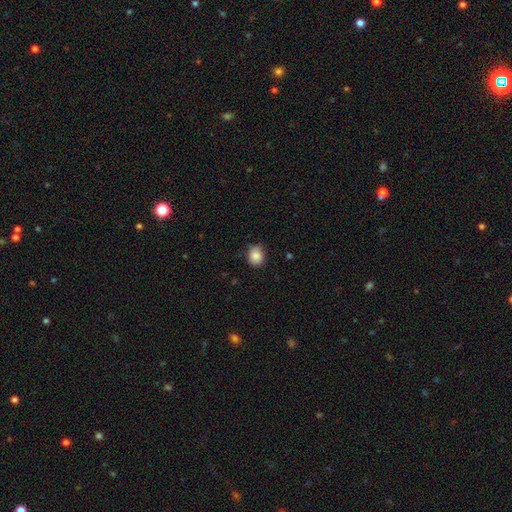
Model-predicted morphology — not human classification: smooth-or-featured: smooth: 86% | star or artifact: 9% | featured or disk: 5%
  how-rounded: round: 66% | in between: 34% | cigar-shaped: 1%
  merging: none: 78% | minor disturbance: 18% | major disturbance: 3% | merger: 1%